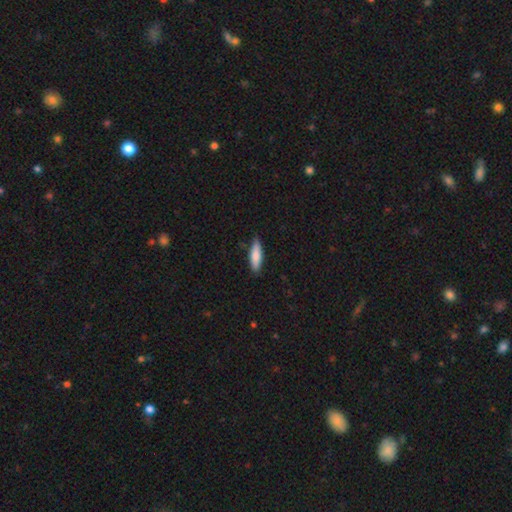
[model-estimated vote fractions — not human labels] A smooth galaxy with no disk features (80%) that is cigar-shaped (59%).

Vote fractions:
- Smooth or featured? smooth: 80% / featured or disk: 14% / star or artifact: 6%
- How rounded? cigar-shaped: 59% / in between: 39% / round: 2%
- Merging? none: 81% / minor disturbance: 15% / major disturbance: 2% / merger: 1%